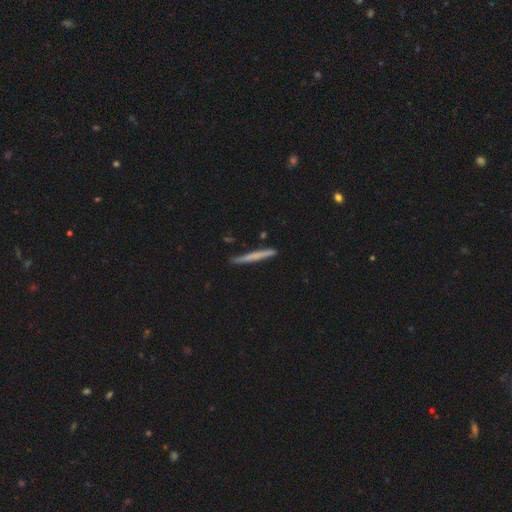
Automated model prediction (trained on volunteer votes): smooth-or-featured: smooth: 61% | featured or disk: 33% | star or artifact: 5%
  how-rounded: cigar-shaped: 97% | in between: 2% | round: 1%
  merging: none: 87% | minor disturbance: 9% | merger: 2% | major disturbance: 2%